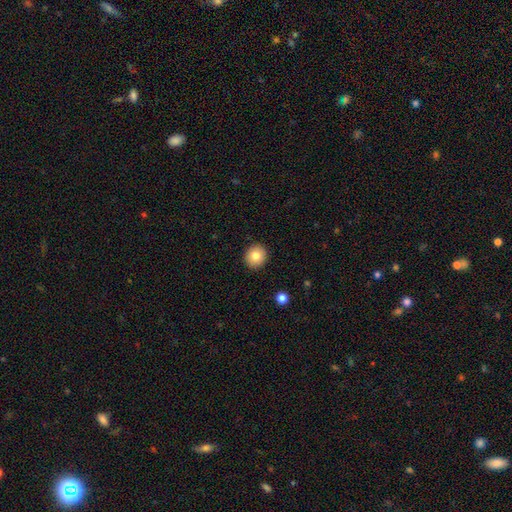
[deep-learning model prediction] Morphology: type=smooth (82%); roundness=round (87%); merging=none (92%).